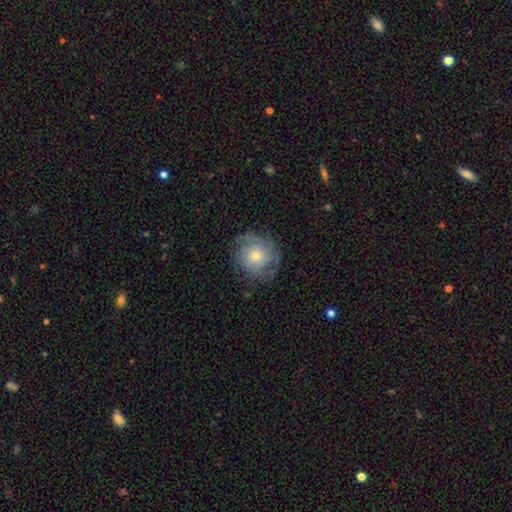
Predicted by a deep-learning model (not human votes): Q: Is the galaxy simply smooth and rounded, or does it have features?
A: featured or disk — 52%.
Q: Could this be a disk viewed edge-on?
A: no — 97%.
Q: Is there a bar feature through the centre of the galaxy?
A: no — 84%.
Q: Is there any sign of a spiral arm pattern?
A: yes — 75%.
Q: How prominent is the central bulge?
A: small — 56%.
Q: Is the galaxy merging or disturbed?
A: none — 72%.